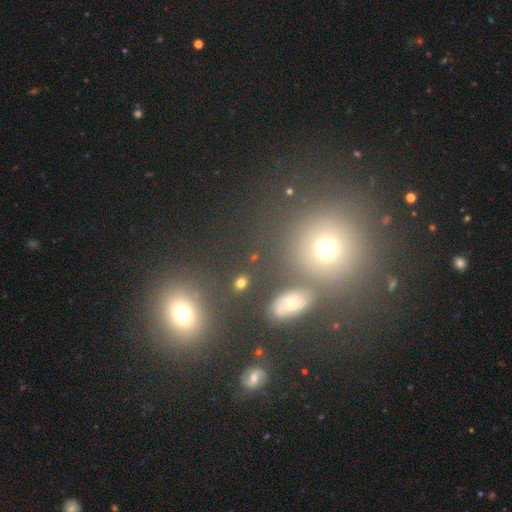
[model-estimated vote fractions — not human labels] A smooth galaxy with no disk features (55%) that is round (81%). Merging: none (68%).